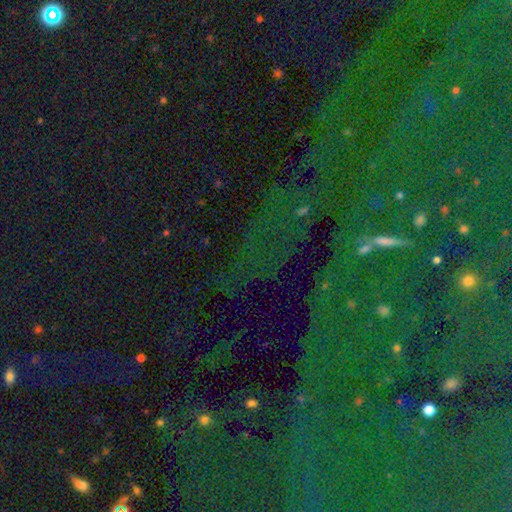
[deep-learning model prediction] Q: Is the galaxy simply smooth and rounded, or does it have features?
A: star or artifact — 85%.